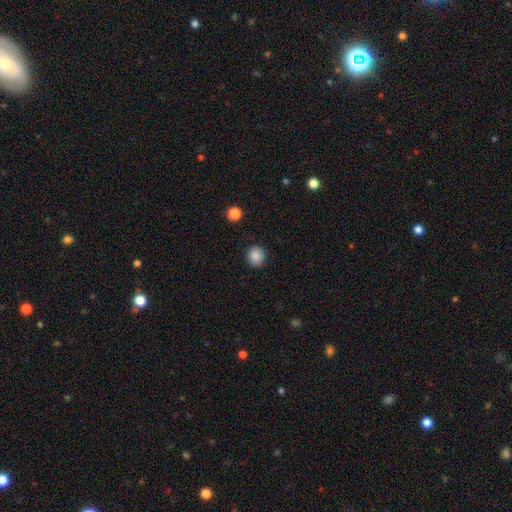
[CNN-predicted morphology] Smooth or featured: smooth — 87% (star or artifact — 9%)
How rounded: round — 87% (in between — 12%)
Merging: none — 87% (minor disturbance — 9%)